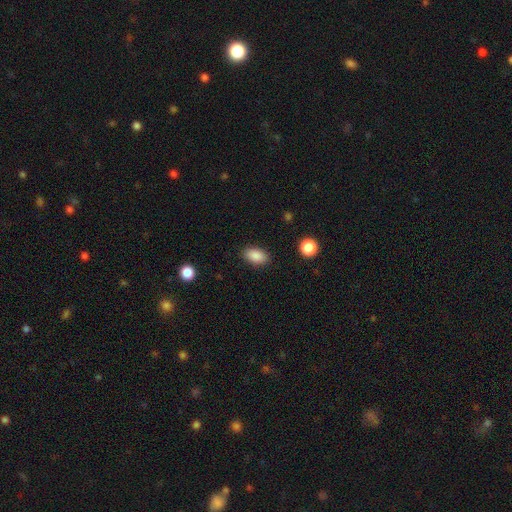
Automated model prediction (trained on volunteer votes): Smooth or featured: smooth — 88% (star or artifact — 8%)
How rounded: in between — 91% (round — 7%)
Merging: none — 87% (minor disturbance — 9%)